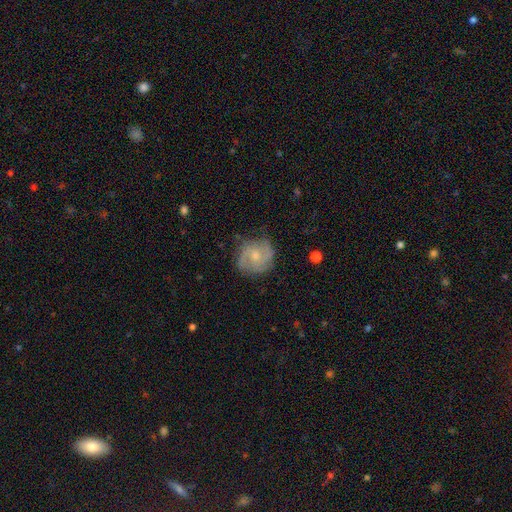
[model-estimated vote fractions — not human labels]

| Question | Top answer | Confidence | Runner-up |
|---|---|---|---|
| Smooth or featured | featured or disk | 66% | smooth (27%) |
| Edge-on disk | no | 98% | yes (2%) |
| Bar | no | 64% | weak (32%) |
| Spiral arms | yes | 89% | no (11%) |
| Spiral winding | medium | 47% | tight (31%) |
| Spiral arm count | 2 | 51% | can't tell (20%) |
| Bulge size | small | 52% | moderate (42%) |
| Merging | none | 69% | minor disturbance (22%) |